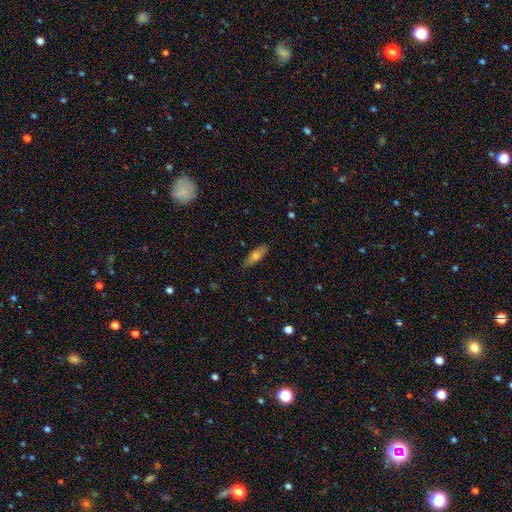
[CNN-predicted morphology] Smooth or featured? Predicted: smooth (p=0.66). How rounded? Predicted: in between (p=0.56). Merging? Predicted: none (p=0.85).